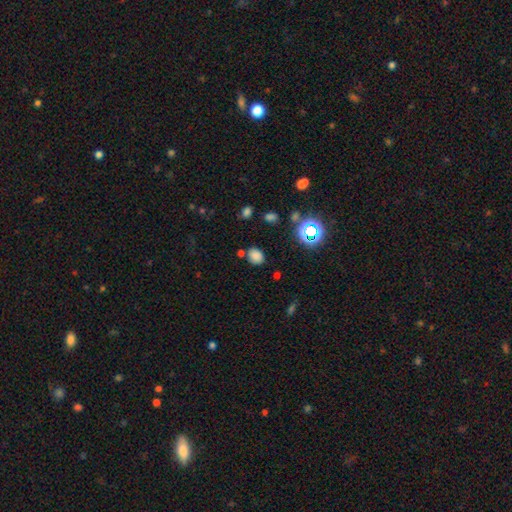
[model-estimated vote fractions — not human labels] smooth-or-featured: smooth: 75% | star or artifact: 19% | featured or disk: 6%
  how-rounded: in between: 54% | round: 45% | cigar-shaped: 1%
  merging: none: 75% | minor disturbance: 13% | merger: 8% | major disturbance: 4%